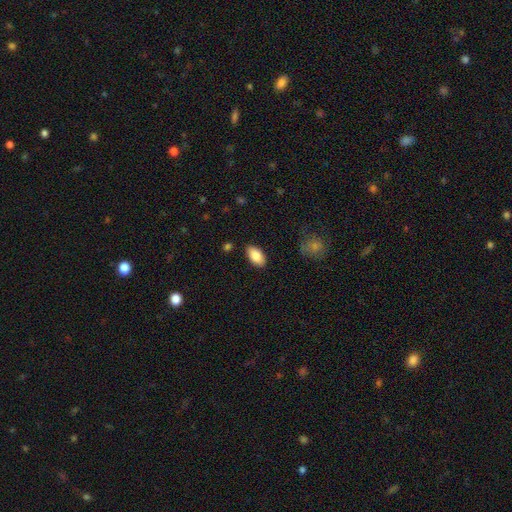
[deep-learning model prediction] smooth 85%, featured or disk 8%, star or artifact 7%. Down the decision tree: how rounded — in between (94%); merging — none (87%).